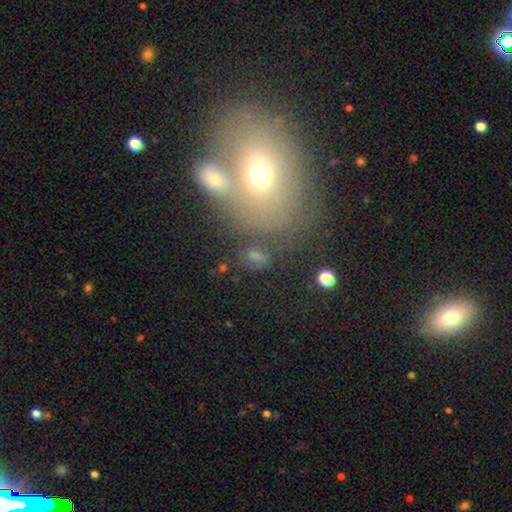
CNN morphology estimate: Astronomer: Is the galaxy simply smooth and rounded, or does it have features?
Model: smooth — 60%.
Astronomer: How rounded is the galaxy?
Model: in between — 68%.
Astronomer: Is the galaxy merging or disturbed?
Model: none — 47% (runner-up: merger, 28%).